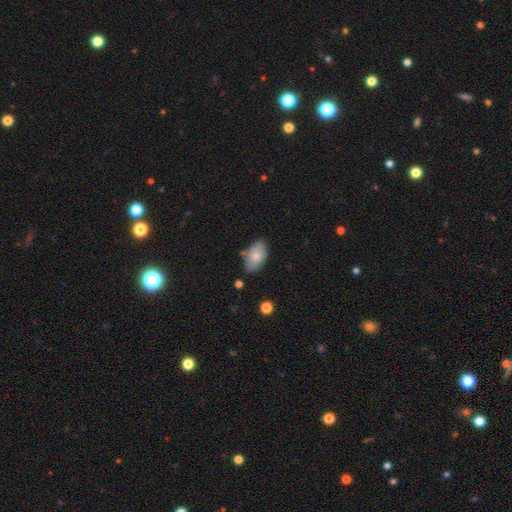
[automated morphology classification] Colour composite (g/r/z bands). It shows a smooth galaxy with no disk features (77%) that is in between round and cigar-shaped (92%). Merging: none (69%).